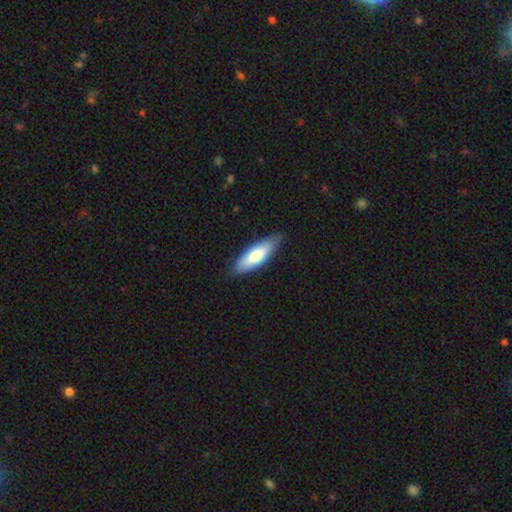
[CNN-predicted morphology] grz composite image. It shows a smooth galaxy with no disk features (74%) that is in between round and cigar-shaped (55%). Merging: none (84%).